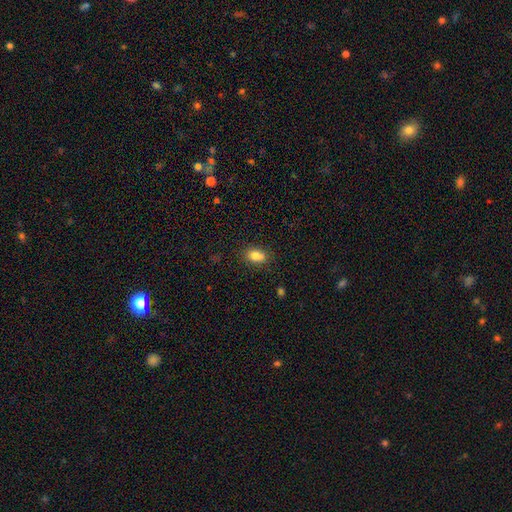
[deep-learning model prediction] smooth_or_featured: smooth (p=0.79) [alt: featured or disk p=0.11]
how_rounded: in between (p=0.73) [alt: round p=0.25]
merging: none (p=0.70) [alt: minor disturbance p=0.15]